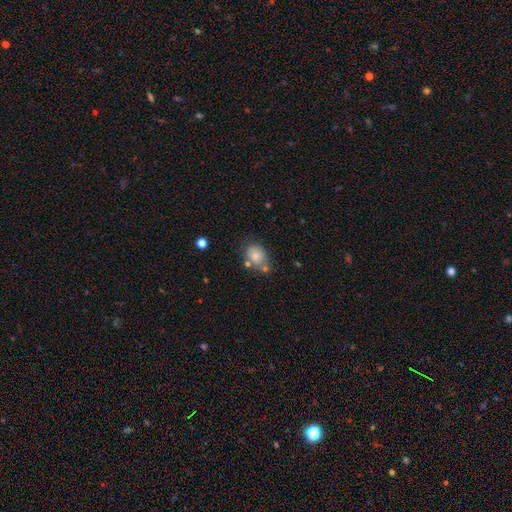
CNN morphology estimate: smooth_or_featured: smooth (p=0.77) [alt: featured or disk p=0.14]
how_rounded: in between (p=0.67) [alt: round p=0.32]
merging: none (p=0.55) [alt: minor disturbance p=0.22]